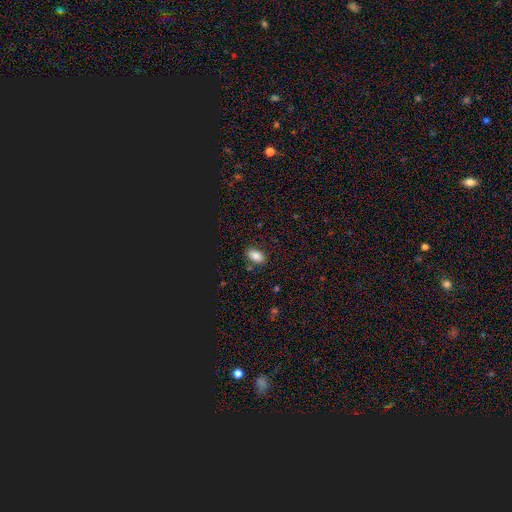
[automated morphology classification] Smooth or featured? Predicted: smooth (p=0.82). How rounded? Predicted: in between (p=0.90). Merging? Predicted: none (p=0.84).